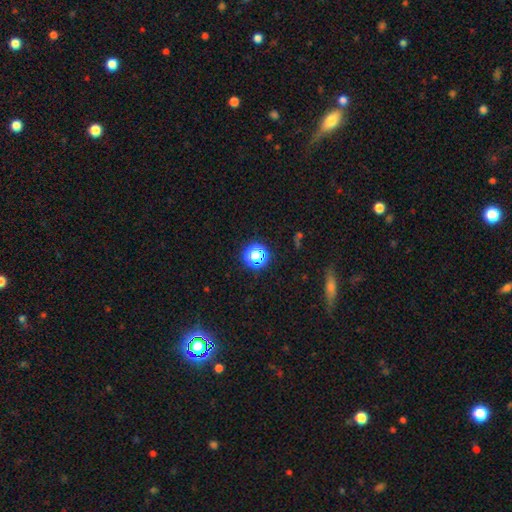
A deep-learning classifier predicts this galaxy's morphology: A star or artifact, not a galaxy (51%).